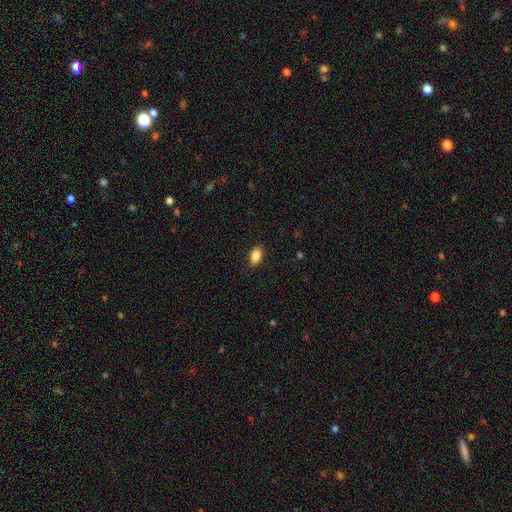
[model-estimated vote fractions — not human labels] This appears to be a smooth galaxy with no disk features (88%) that is in between round and cigar-shaped (91%). Merging: none (87%).